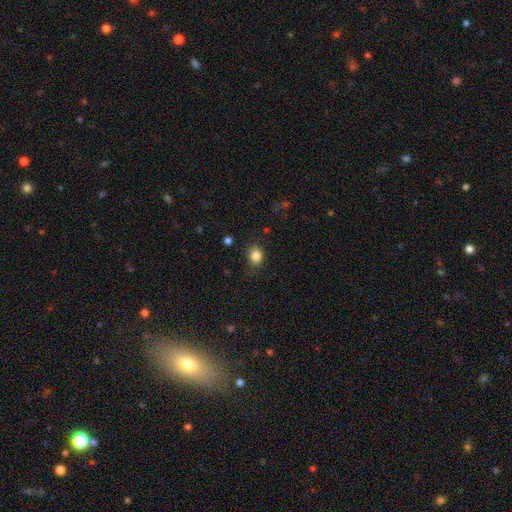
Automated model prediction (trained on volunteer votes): Overall: smooth (84%). How rounded: round (61%; in between 38%). Merging: none (78%).